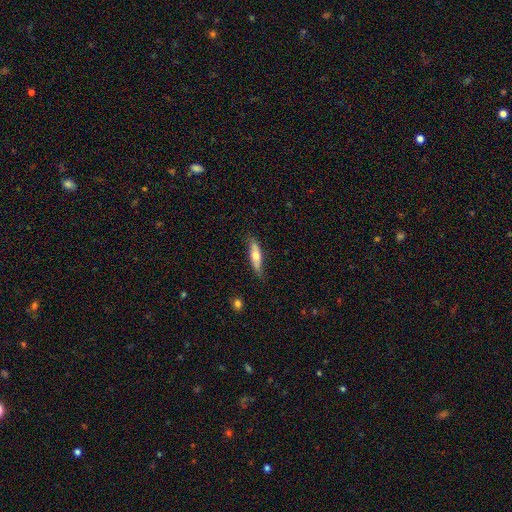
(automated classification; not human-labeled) smooth 56%, featured or disk 38%, star or artifact 6%. Down the decision tree: how rounded — cigar-shaped (68%); merging — none (80%).